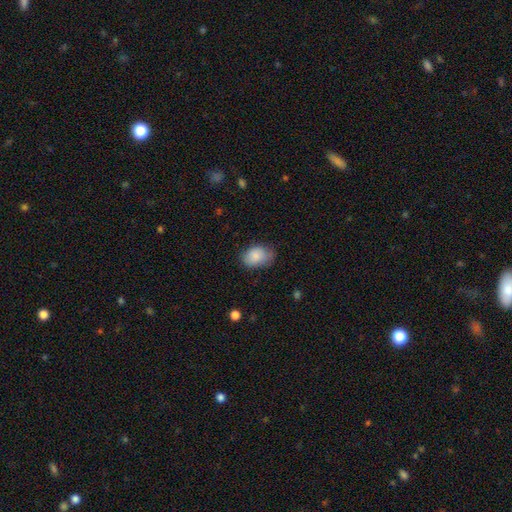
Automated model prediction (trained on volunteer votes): A smooth galaxy with no disk features (86%) that is in between round and cigar-shaped (75%).

Vote fractions:
- Smooth or featured? smooth: 86% / star or artifact: 7% / featured or disk: 7%
- How rounded? in between: 75% / round: 24% / cigar-shaped: 1%
- Merging? none: 66% / minor disturbance: 26% / major disturbance: 6% / merger: 1%